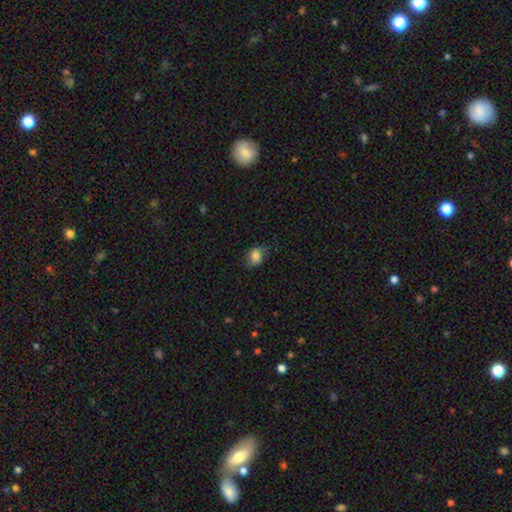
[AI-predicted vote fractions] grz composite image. It shows a smooth galaxy with no disk features (82%) that is in between round and cigar-shaped (62%). Merging: none (73%).